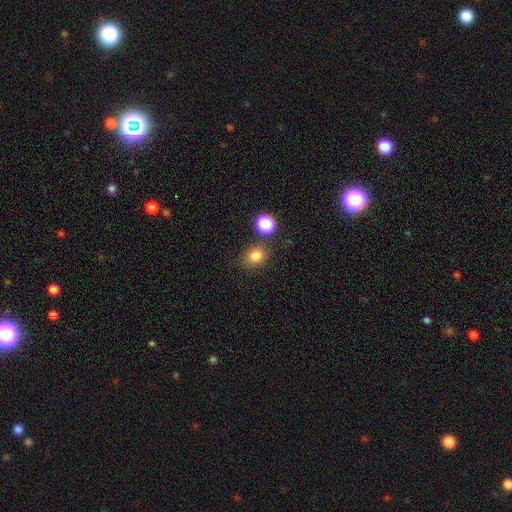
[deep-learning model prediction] smooth_or_featured: smooth (p=0.81) [alt: star or artifact p=0.14]
how_rounded: round (p=0.66) [alt: in between p=0.33]
merging: none (p=0.78) [alt: minor disturbance p=0.11]